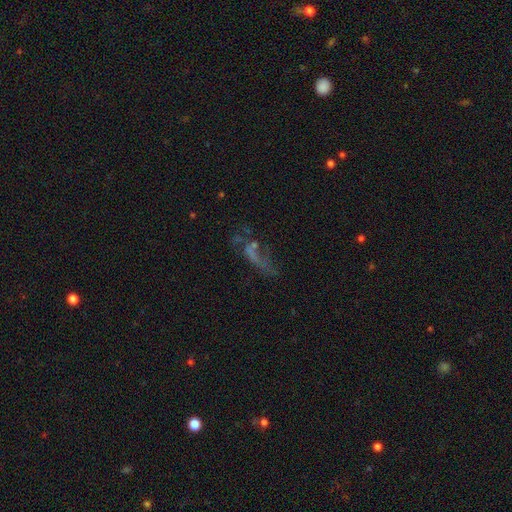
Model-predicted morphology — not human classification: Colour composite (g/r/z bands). It shows a featured or disk galaxy (45%). Merging: none (41%).